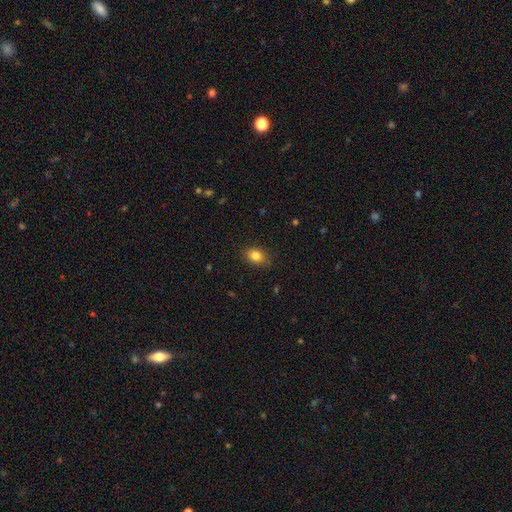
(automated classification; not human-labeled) Q: Smooth or featured?
A: smooth (84%); runner-up: star or artifact (10%)
Q: How rounded?
A: in between (59%); runner-up: round (40%)
Q: Merging?
A: none (86%); runner-up: minor disturbance (11%)